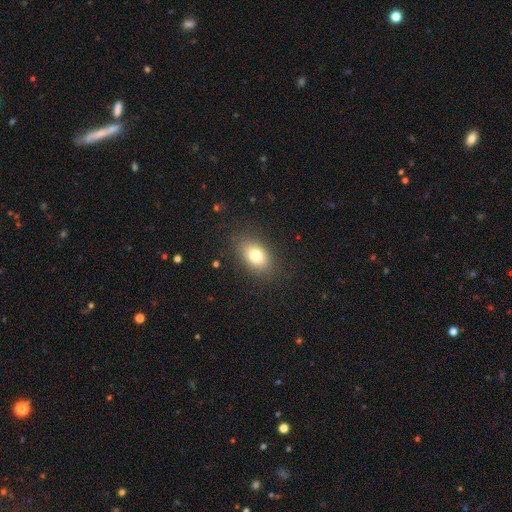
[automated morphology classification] Smooth or featured? Predicted: smooth (p=0.78). How rounded? Predicted: in between (p=0.84). Merging? Predicted: none (p=0.85).